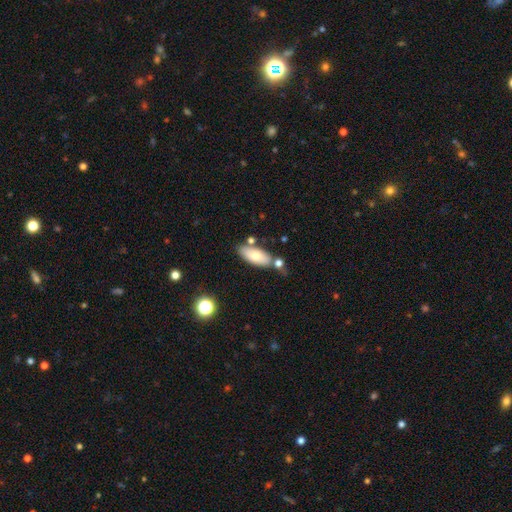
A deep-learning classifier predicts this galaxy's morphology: Smooth or featured?
  - smooth: 71% *
  - featured or disk: 22%
  - star or artifact: 7%
How rounded?
  - in between: 82% *
  - cigar-shaped: 16%
  - round: 3%
Merging?
  - none: 67% *
  - merger: 15%
  - minor disturbance: 15%
  - major disturbance: 3%